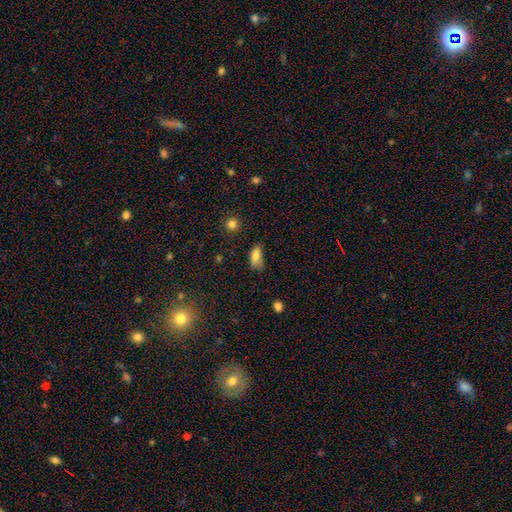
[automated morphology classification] This is clearly a smooth galaxy (81%). How rounded: clearly in between (87%). Merging: marginally none (42%).